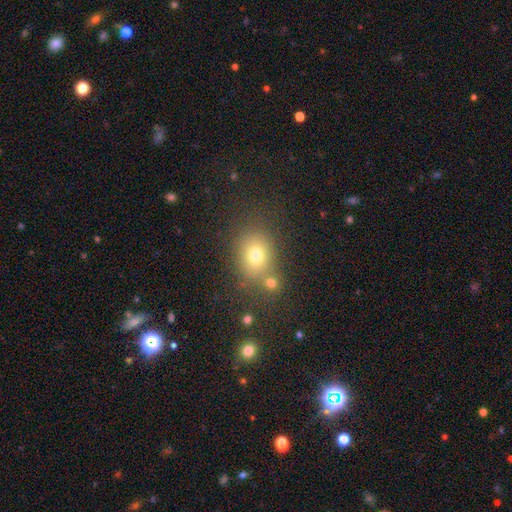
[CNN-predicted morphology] Overall: smooth (72%). How rounded: round (50%; in between 49%). Merging: none (65%).